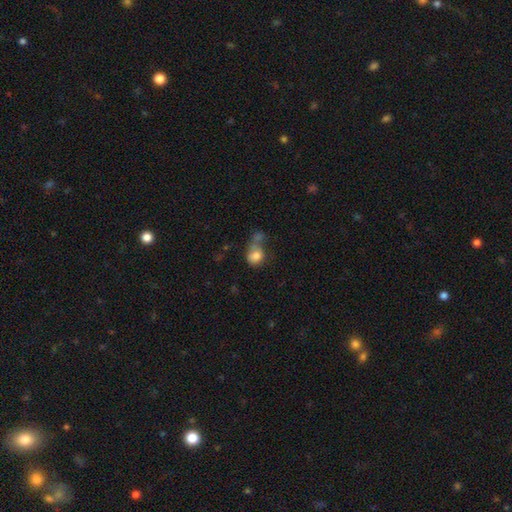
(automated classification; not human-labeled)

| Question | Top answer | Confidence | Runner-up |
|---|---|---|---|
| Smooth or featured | smooth | 79% | featured or disk (11%) |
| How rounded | round | 61% | in between (37%) |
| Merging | merger | 38% | none (31%) |